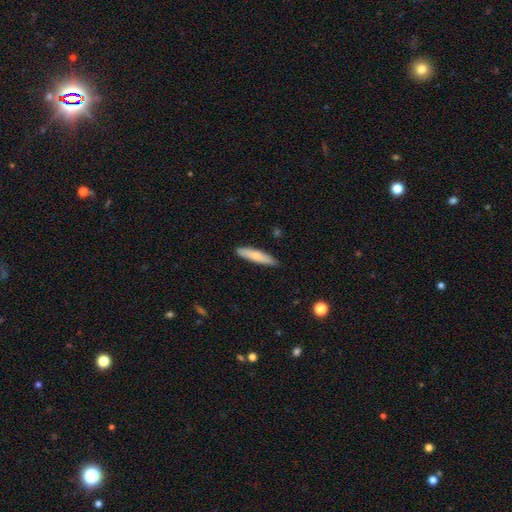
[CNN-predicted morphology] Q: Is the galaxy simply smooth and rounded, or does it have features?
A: smooth — 72%.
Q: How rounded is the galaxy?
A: cigar-shaped — 84%.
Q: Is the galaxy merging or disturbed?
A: none — 88%.